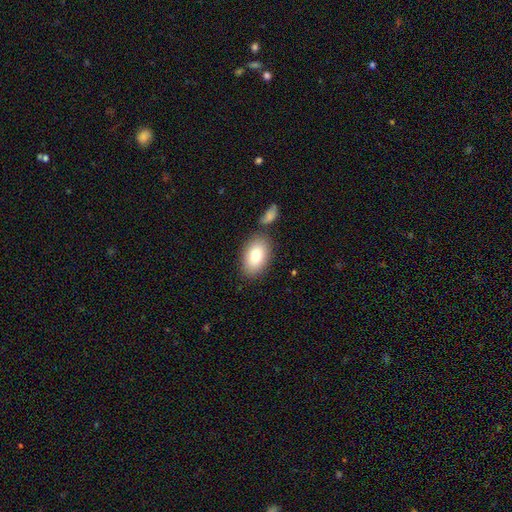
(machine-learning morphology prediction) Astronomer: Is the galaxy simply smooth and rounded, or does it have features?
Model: smooth — 80%.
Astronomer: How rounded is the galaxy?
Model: in between — 90%.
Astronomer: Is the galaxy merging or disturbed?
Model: none — 79%.